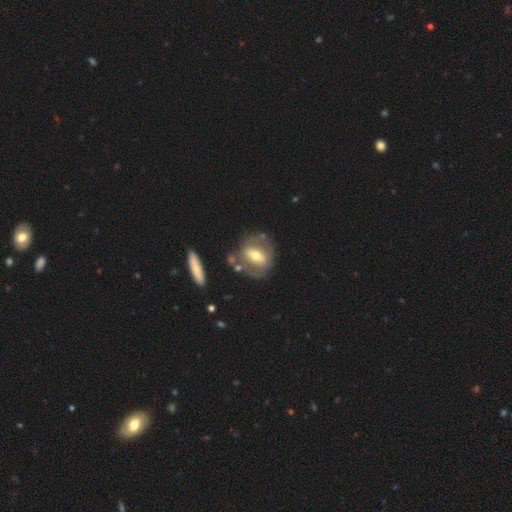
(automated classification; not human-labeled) Smooth or featured? featured or disk (58%)
Edge-on disk? no (90%)
Bar? strong (40%)
Spiral arms? no (68%)
Bulge size? moderate (68%)
Merging? none (66%)